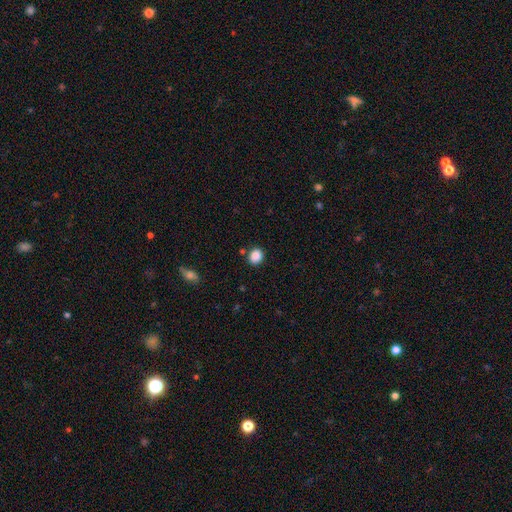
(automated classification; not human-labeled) smooth_or_featured: smooth (p=0.87) [alt: star or artifact p=0.10]
how_rounded: round (p=0.72) [alt: in between p=0.27]
merging: none (p=0.84) [alt: minor disturbance p=0.09]